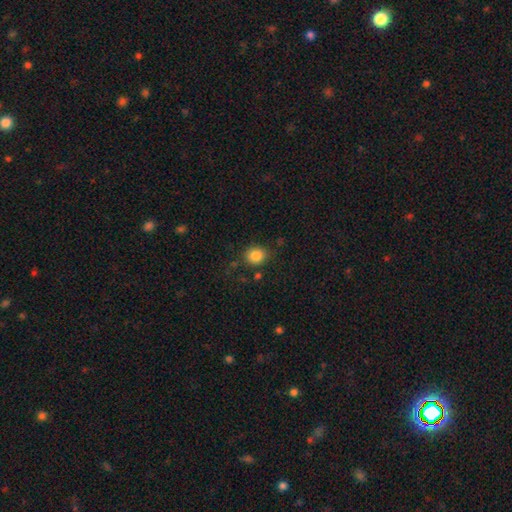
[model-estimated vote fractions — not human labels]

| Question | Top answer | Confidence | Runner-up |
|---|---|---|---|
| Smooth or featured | smooth | 85% | star or artifact (10%) |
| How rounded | round | 71% | in between (28%) |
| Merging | none | 81% | minor disturbance (12%) |